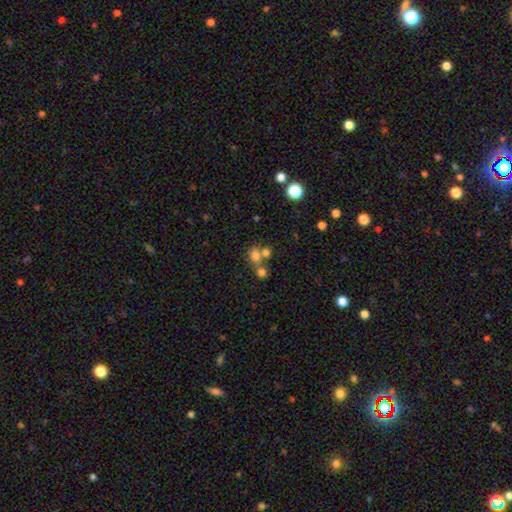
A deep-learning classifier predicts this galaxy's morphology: Smooth or featured? smooth (68%)
How rounded? round (55%)
Merging? merger (49%)